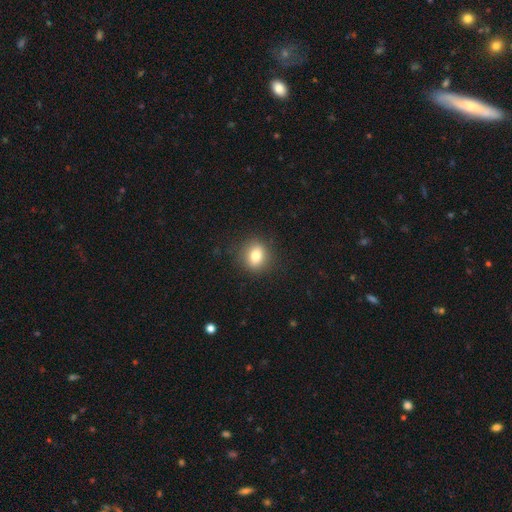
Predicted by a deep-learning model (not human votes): Overall: smooth (80%). How rounded: round (65%; in between 33%). Merging: none (88%).